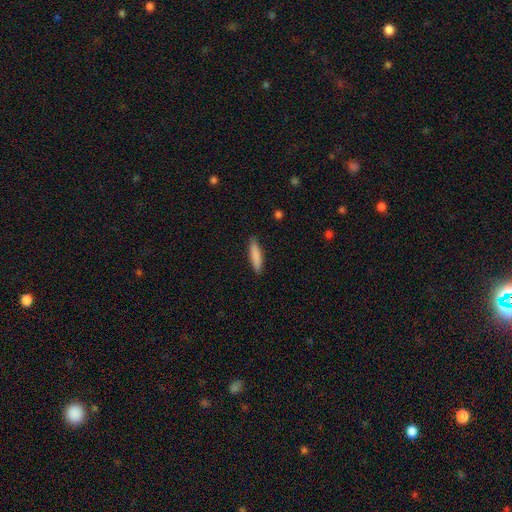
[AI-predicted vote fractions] Smooth or featured? Predicted: smooth (p=0.84). How rounded? Predicted: cigar-shaped (p=0.83). Merging? Predicted: none (p=0.87).